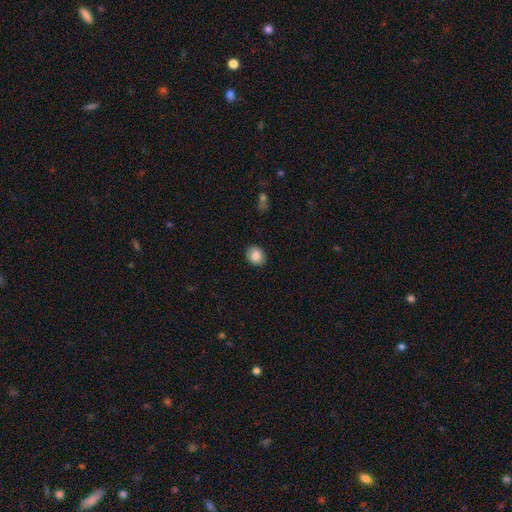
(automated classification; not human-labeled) Q: Smooth or featured?
A: smooth (85%); runner-up: star or artifact (8%)
Q: How rounded?
A: round (65%); runner-up: in between (34%)
Q: Merging?
A: none (88%); runner-up: minor disturbance (9%)